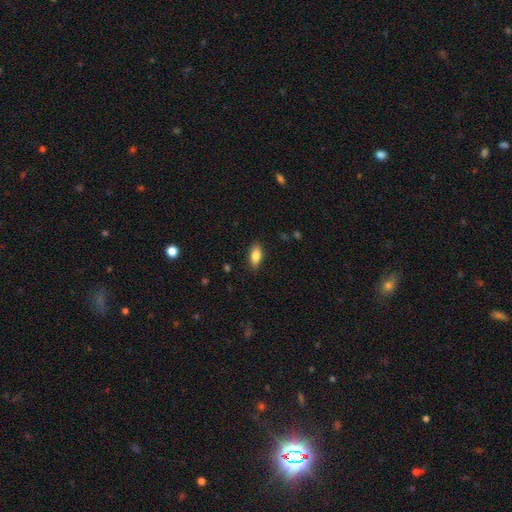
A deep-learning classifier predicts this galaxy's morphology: type=smooth (82%); roundness=in between (83%); merging=none (87%).